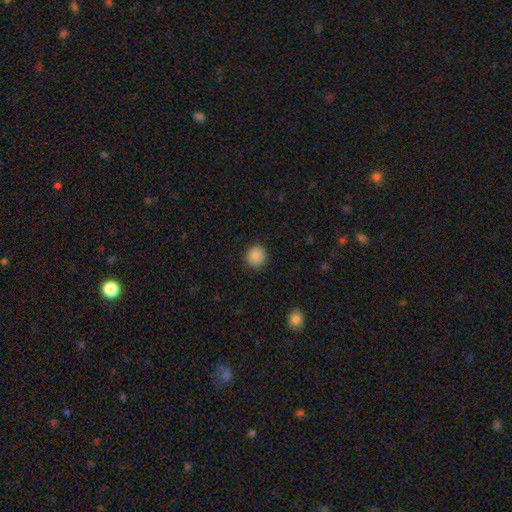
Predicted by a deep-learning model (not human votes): smooth 87%, star or artifact 9%, featured or disk 4%. Down the decision tree: how rounded — round (91%); merging — none (91%).